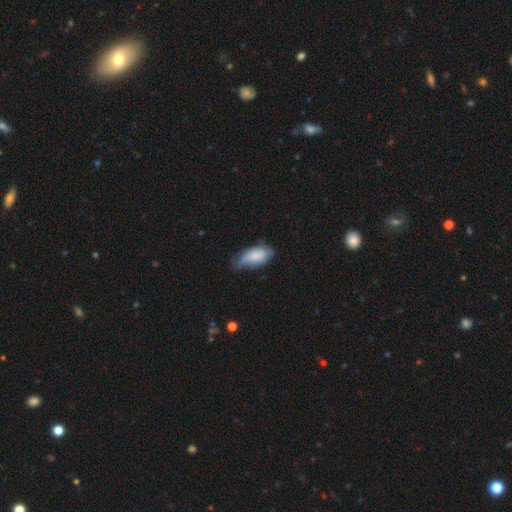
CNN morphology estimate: Q: Smooth or featured?
A: smooth (82%); runner-up: featured or disk (12%)
Q: How rounded?
A: in between (90%); runner-up: cigar-shaped (7%)
Q: Merging?
A: none (46%); runner-up: minor disturbance (42%)